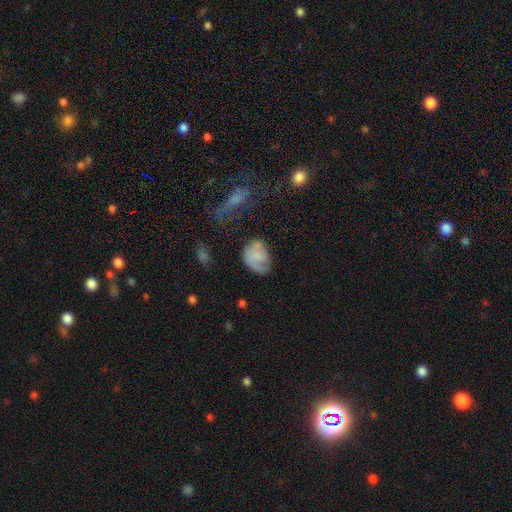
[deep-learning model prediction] Overall: smooth (54%; featured or disk 38%). How rounded: in between (64%; round 35%). Merging: none (50%; minor disturbance 28%).